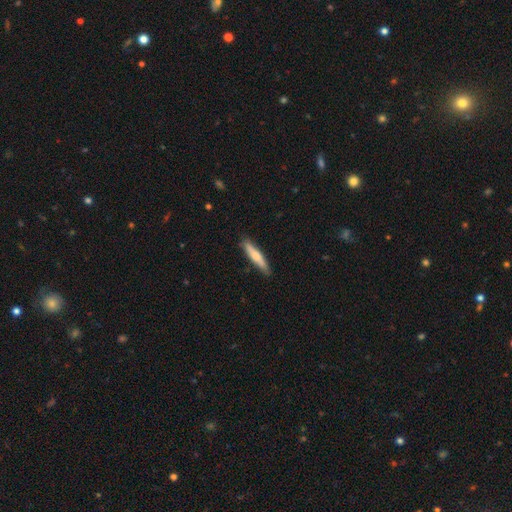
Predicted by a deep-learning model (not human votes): Smooth or featured?
  - smooth: 63% *
  - featured or disk: 32%
  - star or artifact: 6%
How rounded?
  - cigar-shaped: 87% *
  - in between: 11%
  - round: 1%
Merging?
  - none: 87% *
  - minor disturbance: 10%
  - major disturbance: 2%
  - merger: 1%